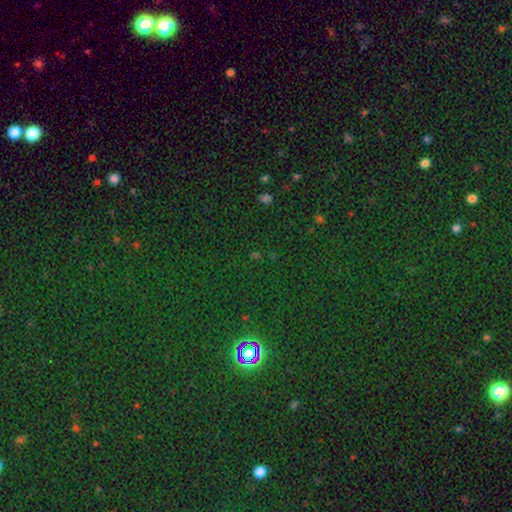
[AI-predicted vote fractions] smooth_or_featured: star or artifact (p=0.73) [alt: smooth p=0.19]